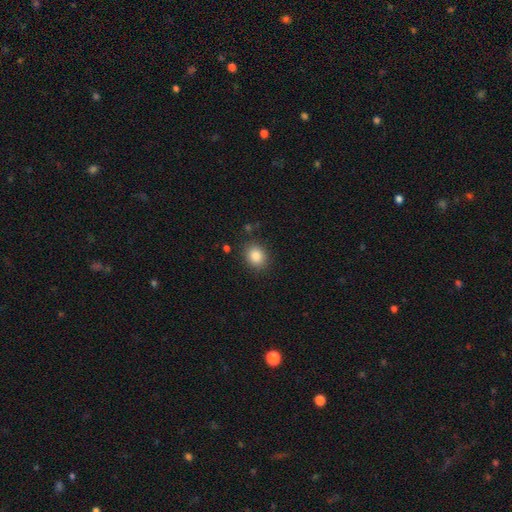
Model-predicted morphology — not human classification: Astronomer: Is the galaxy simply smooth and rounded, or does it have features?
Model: smooth — 85%.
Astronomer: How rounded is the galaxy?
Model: round — 64%.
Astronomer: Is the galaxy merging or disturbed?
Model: none — 86%.